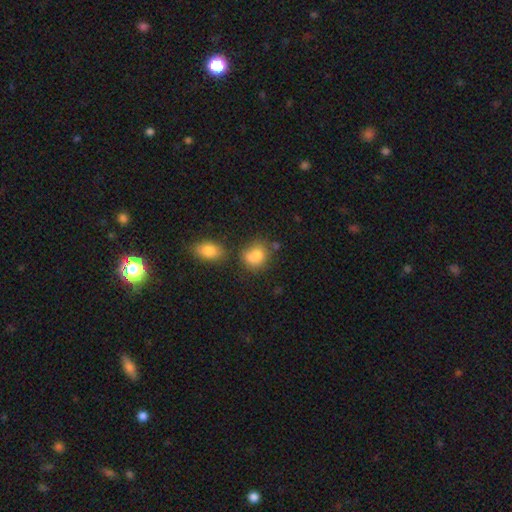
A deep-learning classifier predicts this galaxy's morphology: The model was most divided on "merging": none: 45%, merger: 25%, minor disturbance: 20%, major disturbance: 9%. More confident: smooth or featured — smooth (77%); how rounded — round (60%).